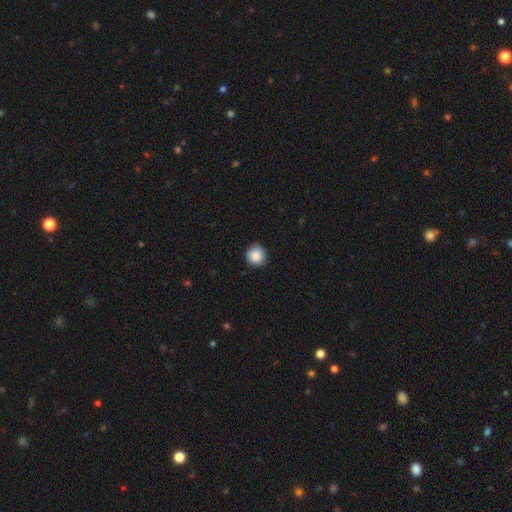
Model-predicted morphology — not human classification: This appears to be a smooth galaxy with no disk features (87%) that is round (94%). Merging: none (85%).